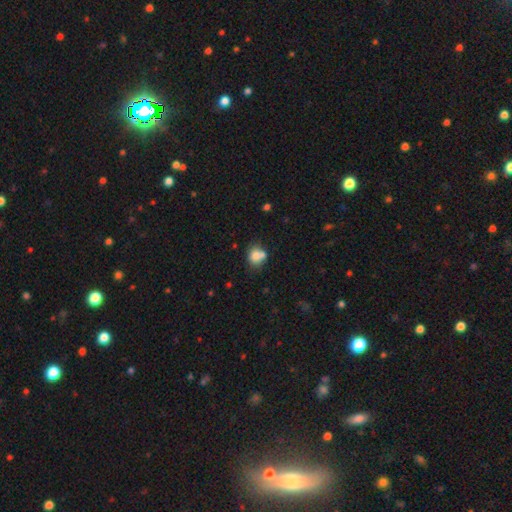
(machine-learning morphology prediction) A smooth galaxy with no disk features (79%) that is round (66%).

Vote fractions:
- Smooth or featured? smooth: 79% / featured or disk: 11% / star or artifact: 11%
- How rounded? round: 66% / in between: 33% / cigar-shaped: 1%
- Merging? none: 51% / merger: 30% / minor disturbance: 14% / major disturbance: 4%